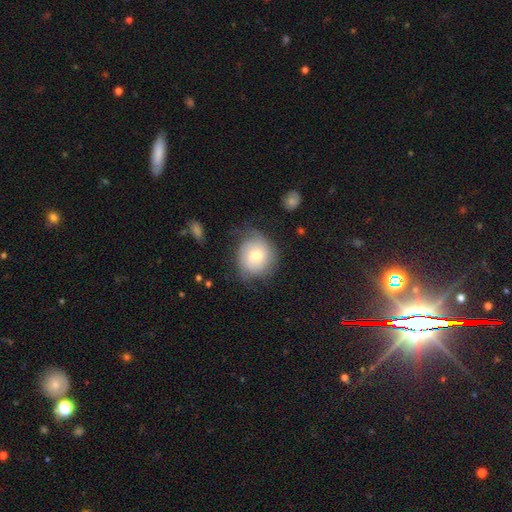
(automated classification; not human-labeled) This is likely a smooth galaxy (62%). How rounded: clearly round (82%). Merging: possibly none (56%).